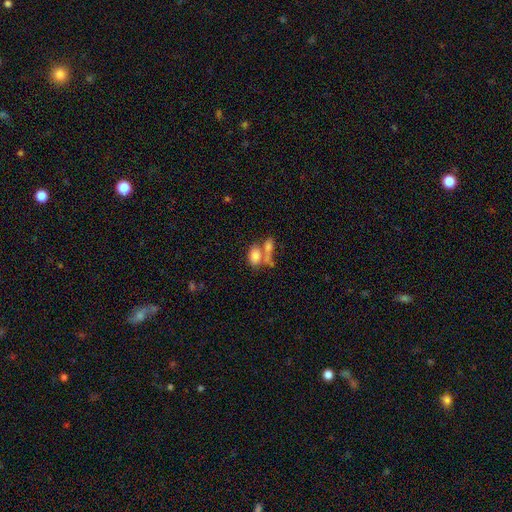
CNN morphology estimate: The model was most divided on "merging": merger: 53%, none: 31%, minor disturbance: 9%, major disturbance: 7%. More confident: how rounded — in between (86%); smooth or featured — smooth (78%).